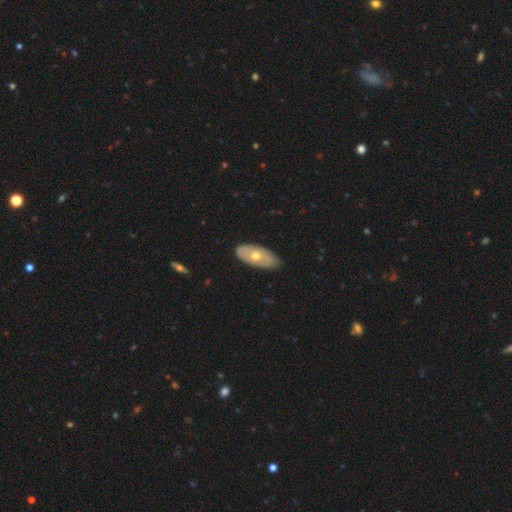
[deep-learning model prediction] smooth-or-featured: smooth: 47% (tied) | featured or disk: 47% (tied) | star or artifact: 6%
  merging: none: 85% | minor disturbance: 12% | major disturbance: 2% | merger: 1%